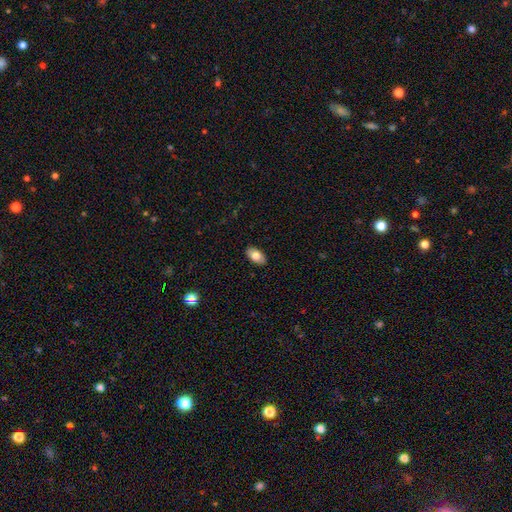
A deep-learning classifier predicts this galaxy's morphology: Q: Smooth or featured?
A: smooth (77%); runner-up: featured or disk (17%)
Q: How rounded?
A: in between (94%); runner-up: round (4%)
Q: Merging?
A: none (89%); runner-up: minor disturbance (9%)